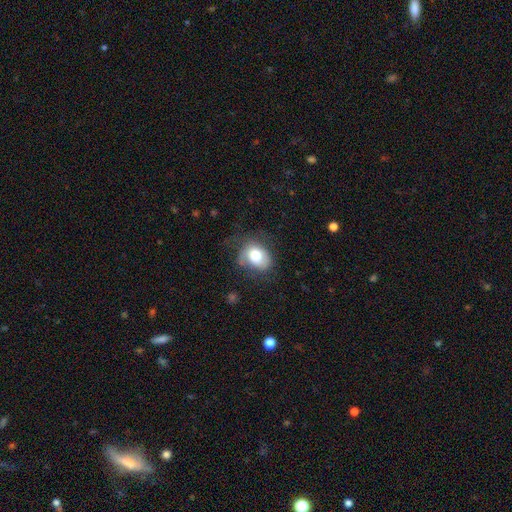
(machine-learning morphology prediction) type=smooth (71%); roundness=in between (55%); merging=none (55%).